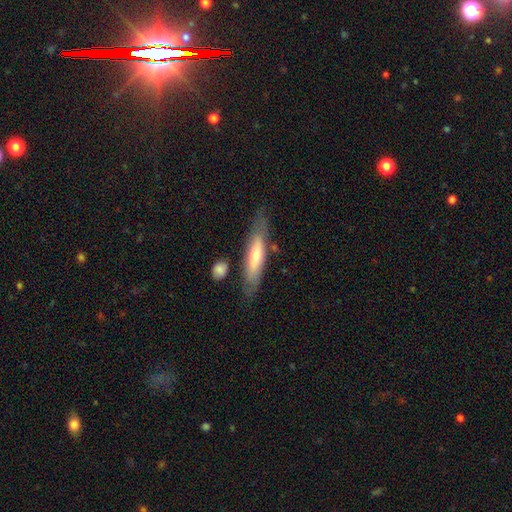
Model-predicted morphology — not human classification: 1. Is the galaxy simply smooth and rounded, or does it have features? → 50% smooth, 44% featured or disk, 6% star or artifact.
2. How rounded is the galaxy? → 79% cigar-shaped, 19% in between, 2% round.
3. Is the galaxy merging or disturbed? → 76% none, 15% minor disturbance, 5% merger, 4% major disturbance.